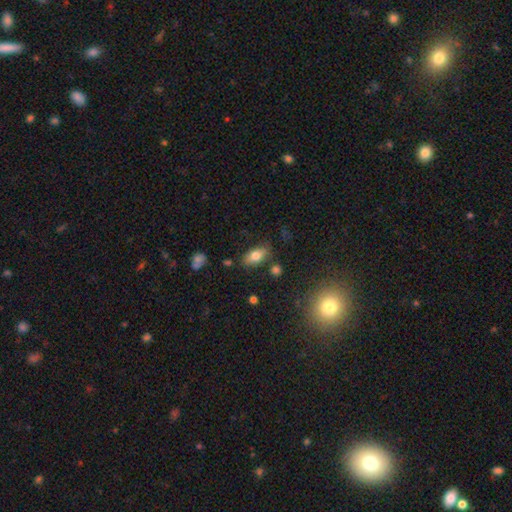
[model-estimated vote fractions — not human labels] Smooth or featured? Predicted: smooth (p=0.75). How rounded? Predicted: in between (p=0.86). Merging? Predicted: none (p=0.76).